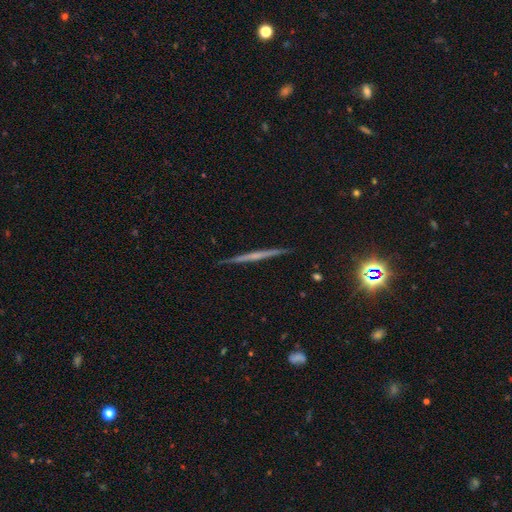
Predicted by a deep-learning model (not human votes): A featured or disk galaxy (65%) viewed edge-on (98%) with no central bulge (74%).

Vote fractions:
- Smooth or featured? featured or disk: 65% / smooth: 26% / star or artifact: 9%
- Edge-on disk? yes: 98% / no: 2%
- Edge-on bulge? none: 74% / rounded: 19% / boxy: 7%
- Merging? none: 91% / minor disturbance: 6% / major disturbance: 1% / merger: 1%